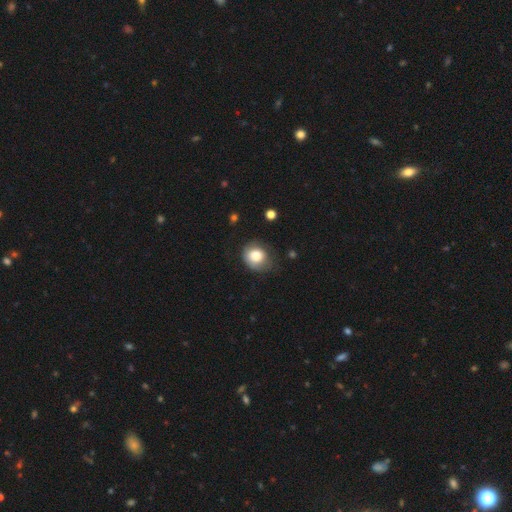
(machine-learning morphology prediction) Smooth or featured?
  - smooth: 79% *
  - featured or disk: 13%
  - star or artifact: 9%
How rounded?
  - round: 70% *
  - in between: 29%
  - cigar-shaped: 1%
Merging?
  - none: 60% *
  - minor disturbance: 28%
  - major disturbance: 10%
  - merger: 2%